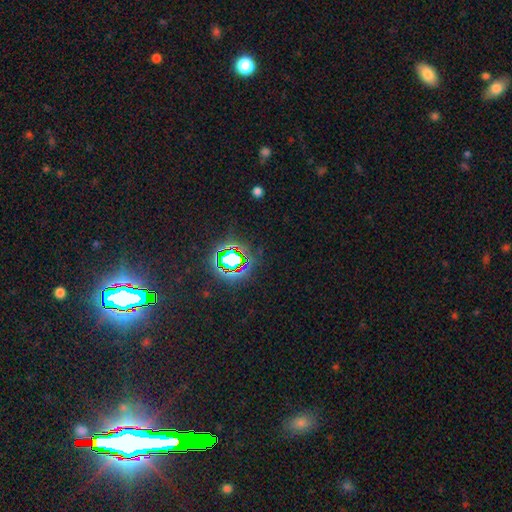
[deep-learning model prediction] star or artifact 81%, smooth 11%, featured or disk 9%.